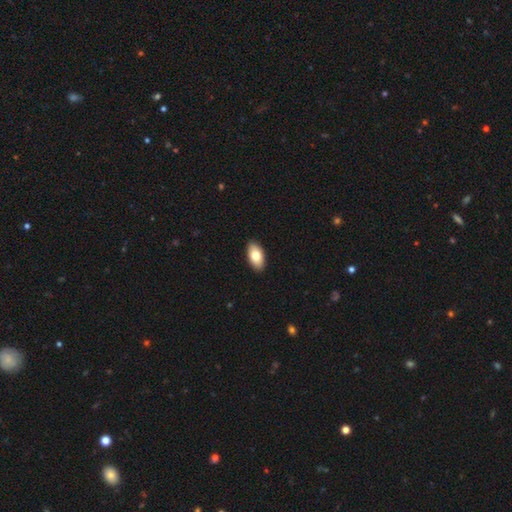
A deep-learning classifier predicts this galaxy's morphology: Smooth or featured? smooth (80%)
How rounded? in between (94%)
Merging? none (91%)